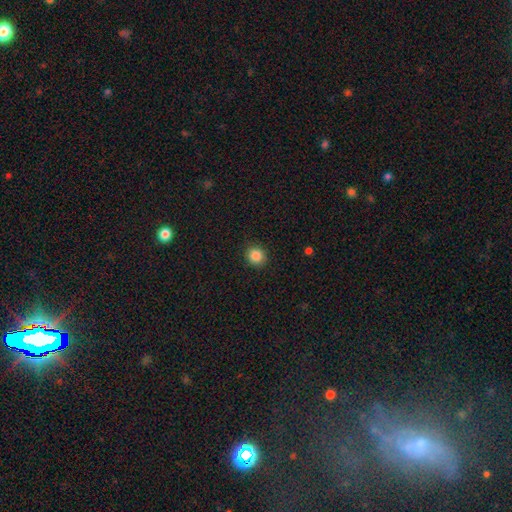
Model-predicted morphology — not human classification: Smooth or featured?
  - smooth: 86% *
  - star or artifact: 10%
  - featured or disk: 4%
How rounded?
  - round: 89% *
  - in between: 10%
  - cigar-shaped: 1%
Merging?
  - none: 91% *
  - minor disturbance: 6%
  - major disturbance: 2%
  - merger: 1%